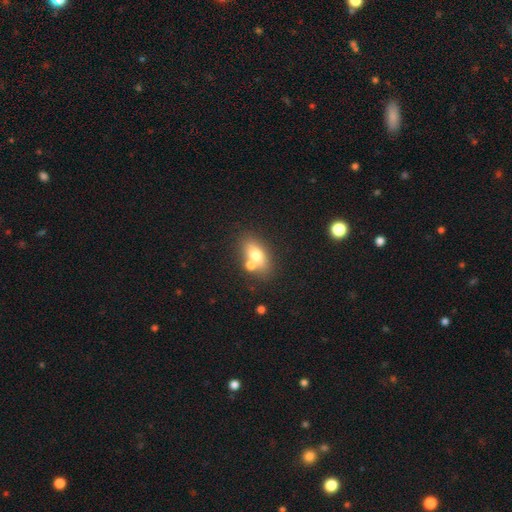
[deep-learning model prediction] A smooth galaxy with no disk features (67%) that is in between round and cigar-shaped (78%).

Vote fractions:
- Smooth or featured? smooth: 67% / featured or disk: 22% / star or artifact: 10%
- How rounded? in between: 78% / round: 14% / cigar-shaped: 8%
- Merging? none: 56% / merger: 30% / minor disturbance: 10% / major disturbance: 4%